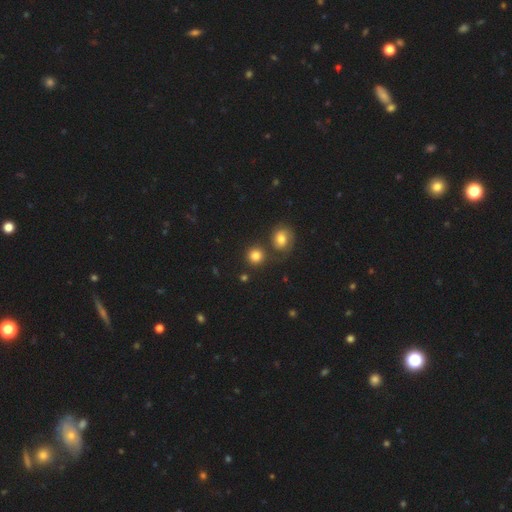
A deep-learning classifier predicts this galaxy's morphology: Smooth or featured?
  - smooth: 82% *
  - star or artifact: 10%
  - featured or disk: 8%
How rounded?
  - round: 90% *
  - in between: 9%
  - cigar-shaped: 1%
Merging?
  - none: 72% *
  - merger: 15%
  - minor disturbance: 9%
  - major disturbance: 4%